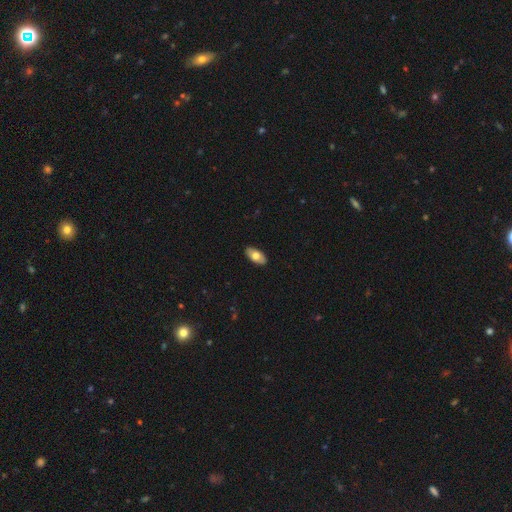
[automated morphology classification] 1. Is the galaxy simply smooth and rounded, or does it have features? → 69% smooth, 25% featured or disk, 6% star or artifact.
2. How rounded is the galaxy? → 93% in between, 4% cigar-shaped, 3% round.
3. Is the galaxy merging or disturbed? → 89% none, 8% minor disturbance, 2% major disturbance, 1% merger.